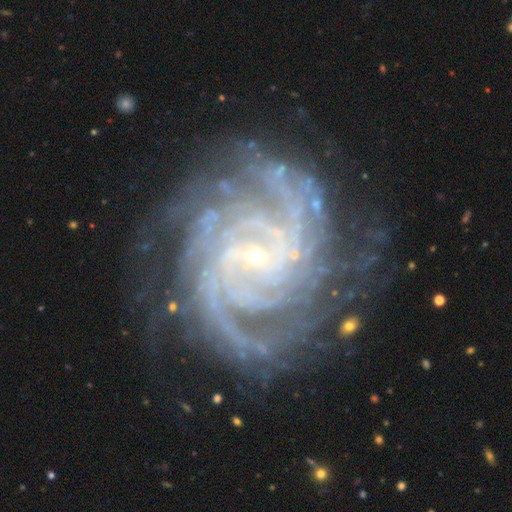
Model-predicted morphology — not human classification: smooth_or_featured: featured or disk (p=0.92) [alt: star or artifact p=0.05]
disk_edge_on: no (p=0.98) [alt: yes p=0.02]
bar: no (p=0.55) [alt: weak p=0.31]
has_spiral_arms: yes (p=0.99) [alt: no p=0.01]
spiral_winding: tight (p=0.71) [alt: medium p=0.25]
spiral_arm_count: 4 (p=0.24) [alt: more than 4 p=0.19]
bulge_size: small (p=0.88) [alt: moderate p=0.08]
merging: none (p=0.78) [alt: minor disturbance p=0.14]